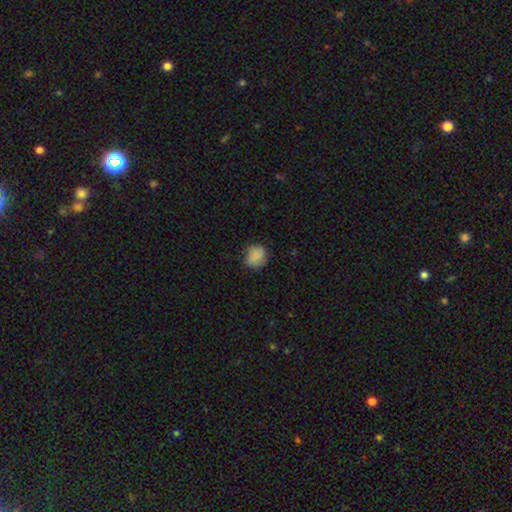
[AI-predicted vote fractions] Q: Smooth or featured?
A: smooth (86%); runner-up: star or artifact (9%)
Q: How rounded?
A: round (78%); runner-up: in between (21%)
Q: Merging?
A: none (80%); runner-up: minor disturbance (15%)